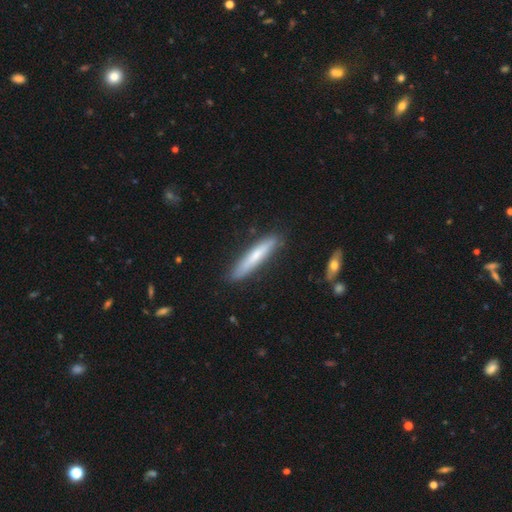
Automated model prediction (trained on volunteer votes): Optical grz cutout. It shows a smooth galaxy with no disk features (62%) that is cigar-shaped (92%). Merging: none (86%).